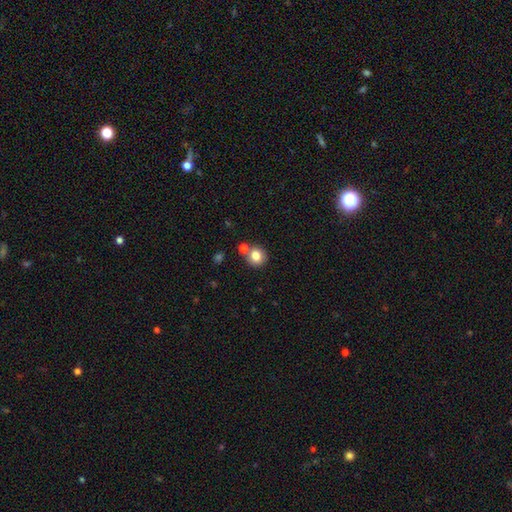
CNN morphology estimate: smooth 80%, star or artifact 11%, featured or disk 9%. Down the decision tree: how rounded — round (83%); merging — none (67%).